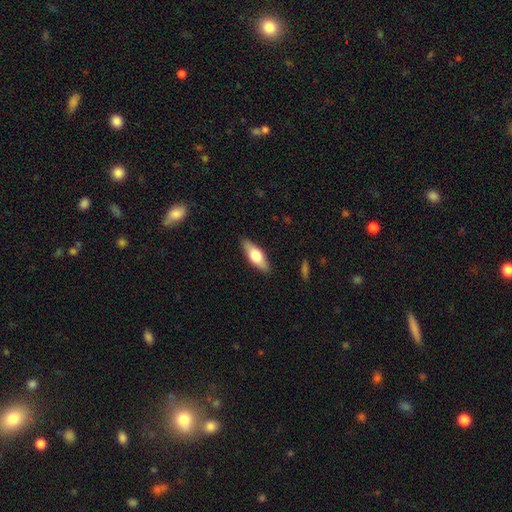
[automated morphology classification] Overall: smooth (59%; featured or disk 36%). How rounded: in between (63%; cigar-shaped 34%). Merging: none (88%).